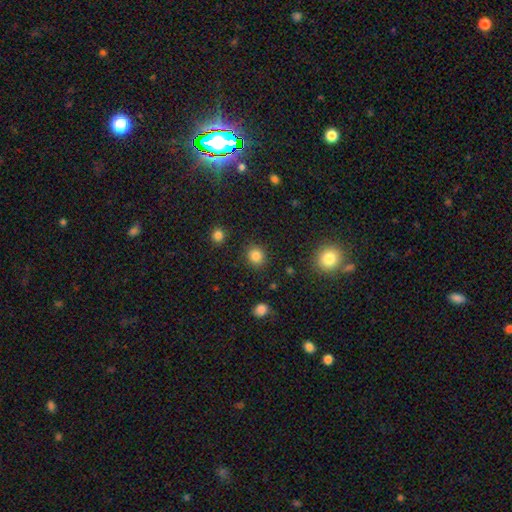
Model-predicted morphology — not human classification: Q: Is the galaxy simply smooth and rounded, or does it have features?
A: smooth — 85%.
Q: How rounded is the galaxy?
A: round — 82%.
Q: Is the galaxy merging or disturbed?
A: none — 88%.